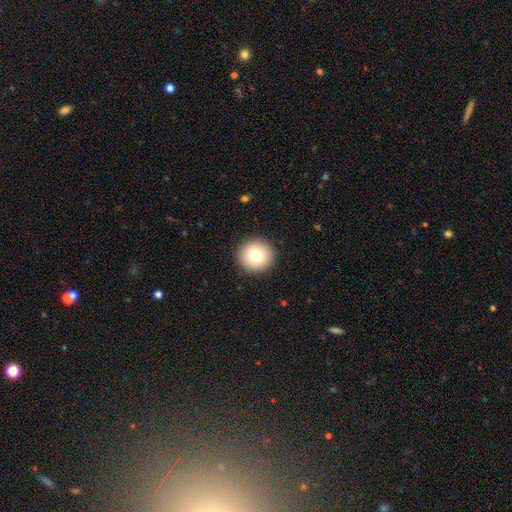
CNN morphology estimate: smooth-or-featured: smooth: 78% | featured or disk: 12% | star or artifact: 10%
  how-rounded: round: 93% | in between: 6% | cigar-shaped: 1%
  merging: none: 92% | minor disturbance: 5% | major disturbance: 2% | merger: 1%